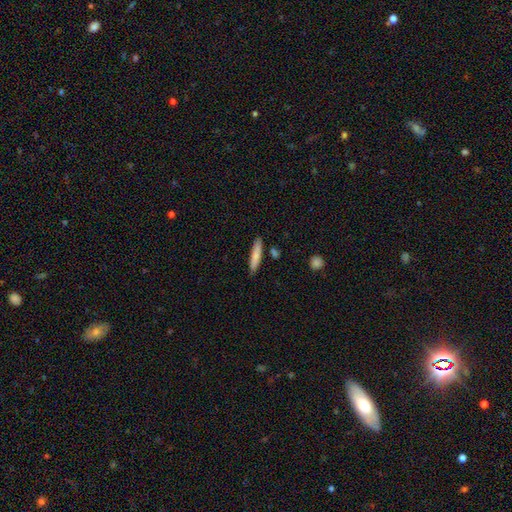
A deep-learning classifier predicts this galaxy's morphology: A smooth galaxy with no disk features (78%) that is cigar-shaped (87%). Merging: none (86%).